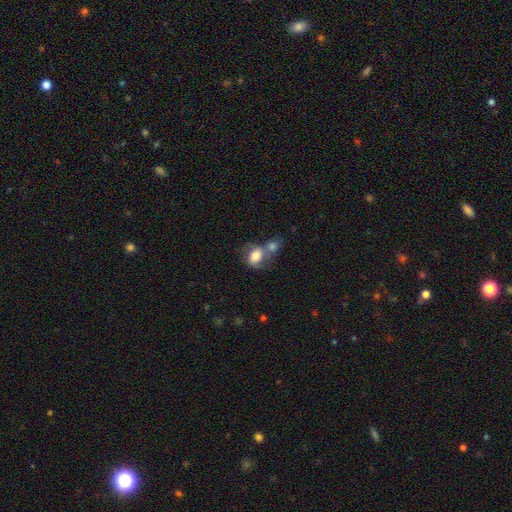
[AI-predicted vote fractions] A smooth galaxy with no disk features (72%) that is in between round and cigar-shaped (60%).

Vote fractions:
- Smooth or featured? smooth: 72% / featured or disk: 20% / star or artifact: 8%
- How rounded? in between: 60% / round: 39% / cigar-shaped: 1%
- Merging? merger: 60% / none: 21% / minor disturbance: 11% / major disturbance: 8%